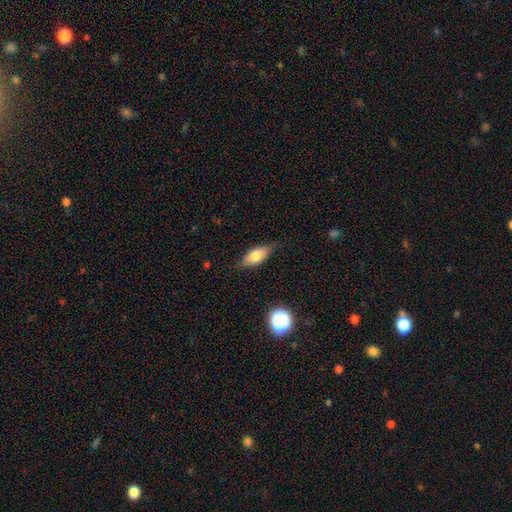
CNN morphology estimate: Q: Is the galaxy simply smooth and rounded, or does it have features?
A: smooth — 72%.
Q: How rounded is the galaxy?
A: in between — 81%.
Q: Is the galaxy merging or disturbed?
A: none — 74%.